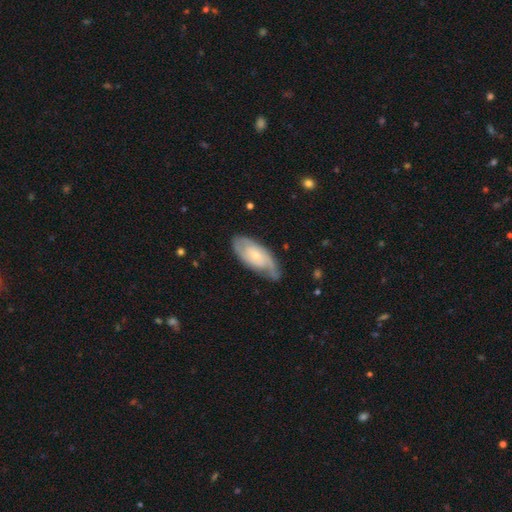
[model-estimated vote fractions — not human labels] Overall: featured or disk (70%). Edge-on disk: no (92%). Bar: no (71%). Spiral arms: yes (88%). Spiral arm count: 2 (62%; can't tell 23%). Spiral winding: tight (48%; medium 38%). Bulge size: small (68%). Merging: none (69%).